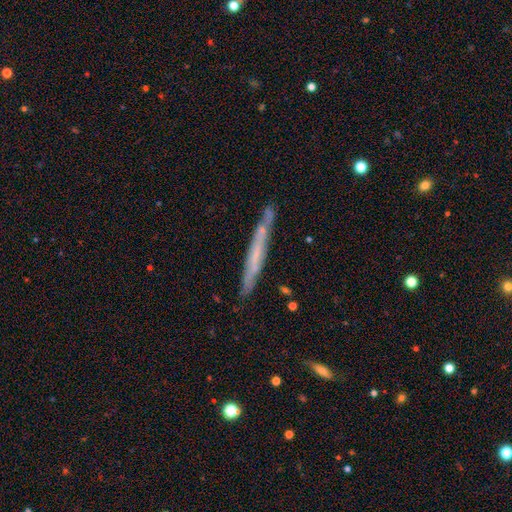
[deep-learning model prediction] Overall: featured or disk (51%; smooth 43%). Edge-on disk: yes (91%). Merging: none (80%).